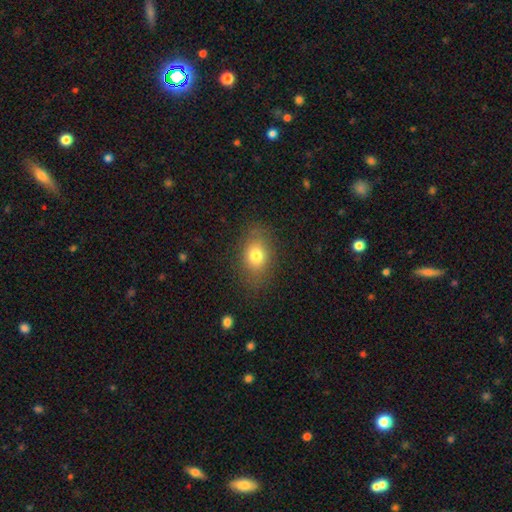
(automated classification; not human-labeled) Smooth or featured: smooth — 77% (featured or disk — 12%)
How rounded: in between — 67% (round — 32%)
Merging: none — 80% (minor disturbance — 13%)